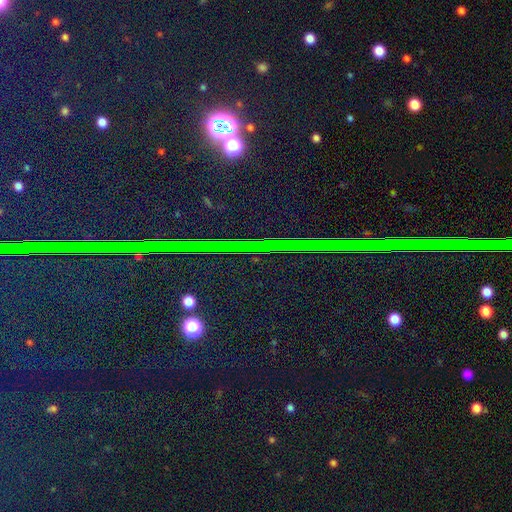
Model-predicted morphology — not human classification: Smooth or featured? star or artifact (84%)